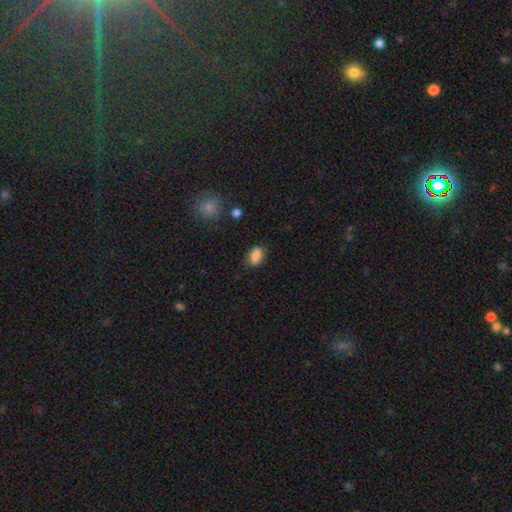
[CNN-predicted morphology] A smooth galaxy with no disk features (85%) that is in between round and cigar-shaped (86%). Merging: none (83%).